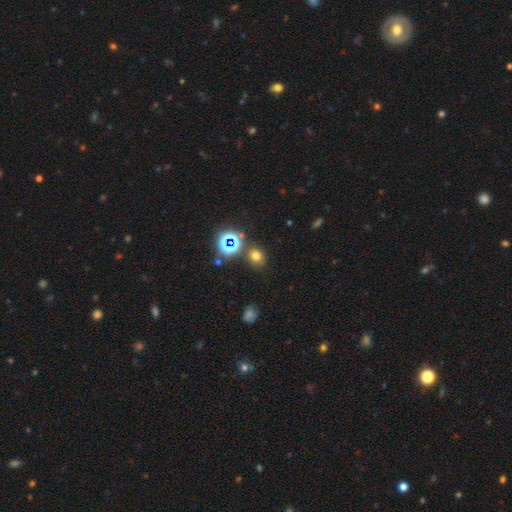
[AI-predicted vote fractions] Smooth or featured? smooth (64%)
How rounded? round (65%)
Merging? none (80%)